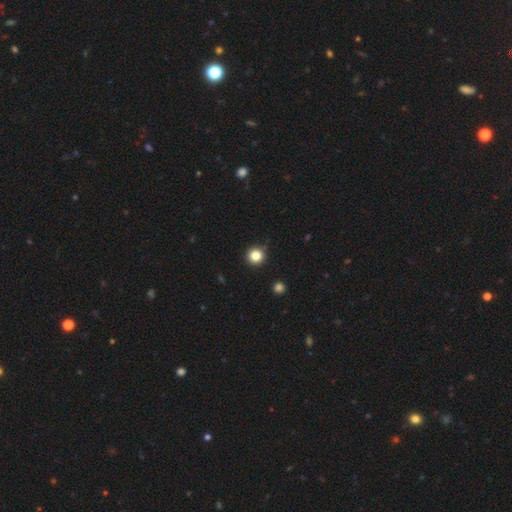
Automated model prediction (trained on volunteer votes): This appears to be a smooth galaxy with no disk features (84%) that is round (94%). Merging: none (90%).